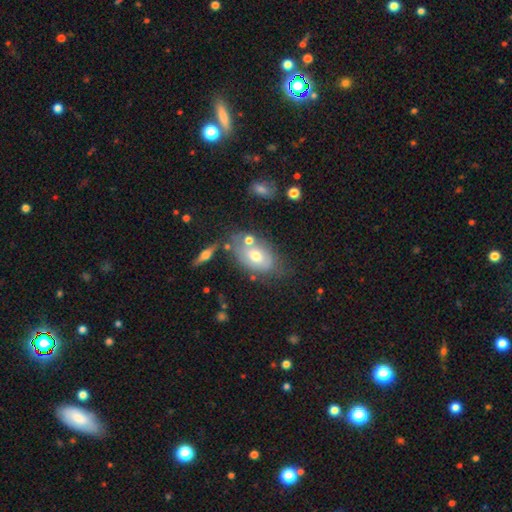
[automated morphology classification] Smooth or featured?
  - smooth: 53% *
  - featured or disk: 38%
  - star or artifact: 9%
How rounded?
  - in between: 87% *
  - round: 11%
  - cigar-shaped: 2%
Merging?
  - none: 54% *
  - minor disturbance: 21%
  - merger: 17%
  - major disturbance: 8%